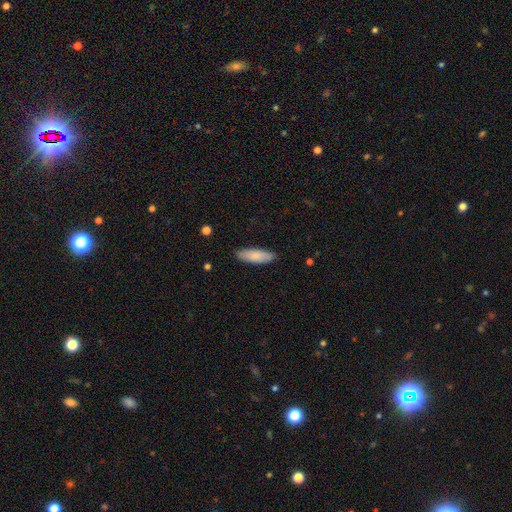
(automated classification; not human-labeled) Smooth or featured? Predicted: smooth (p=0.84). How rounded? Predicted: in between (p=0.61). Merging? Predicted: none (p=0.87).